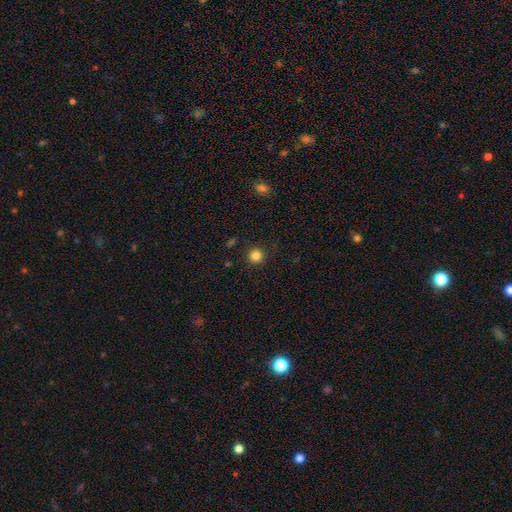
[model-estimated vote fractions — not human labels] Q: Smooth or featured?
A: smooth (84%); runner-up: star or artifact (12%)
Q: How rounded?
A: round (95%); runner-up: in between (4%)
Q: Merging?
A: none (91%); runner-up: minor disturbance (6%)